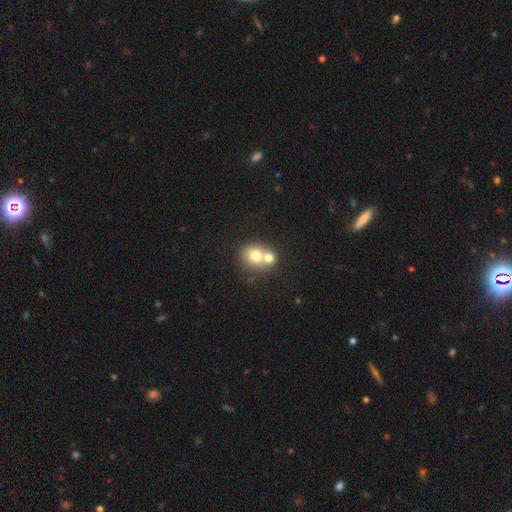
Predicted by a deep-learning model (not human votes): A smooth galaxy with no disk features (71%) that is round (73%).

Vote fractions:
- Smooth or featured? smooth: 71% / featured or disk: 18% / star or artifact: 11%
- How rounded? round: 73% / in between: 26% / cigar-shaped: 1%
- Merging? merger: 58% / none: 34% / minor disturbance: 6% / major disturbance: 2%